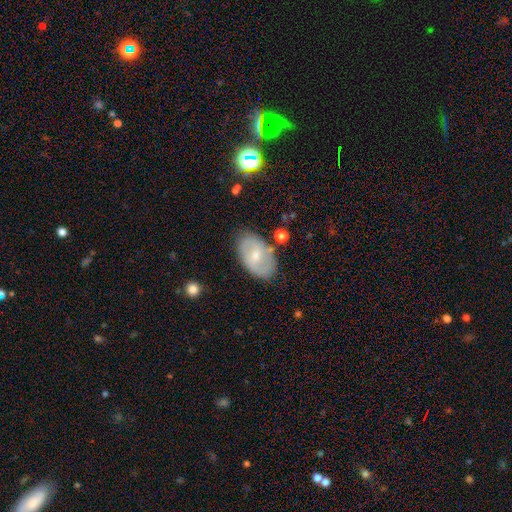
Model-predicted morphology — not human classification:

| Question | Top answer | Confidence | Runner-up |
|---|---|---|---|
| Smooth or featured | featured or disk | 48% | smooth (46%) |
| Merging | none | 77% | minor disturbance (16%) |